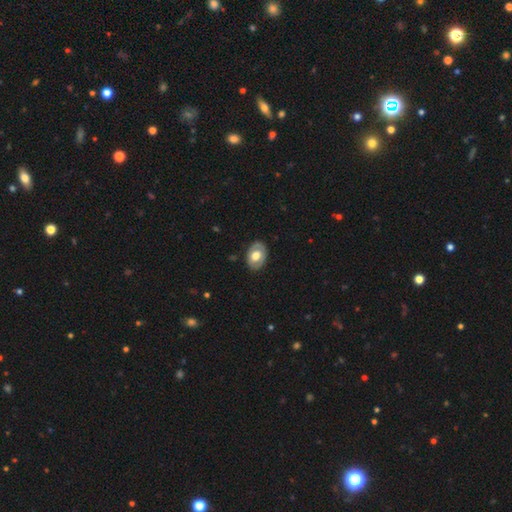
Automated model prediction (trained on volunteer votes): A smooth galaxy with no disk features (52%) that is in between round and cigar-shaped (78%).

Vote fractions:
- Smooth or featured? smooth: 52% / featured or disk: 42% / star or artifact: 6%
- How rounded? in between: 78% / round: 20% / cigar-shaped: 1%
- Merging? none: 82% / minor disturbance: 13% / major disturbance: 3% / merger: 1%